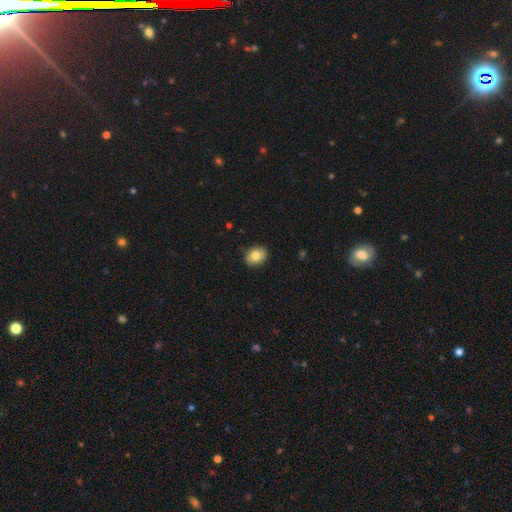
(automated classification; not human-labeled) smooth_or_featured: smooth (p=0.80) [alt: featured or disk p=0.12]
how_rounded: in between (p=0.57) [alt: round p=0.41]
merging: none (p=0.87) [alt: minor disturbance p=0.10]